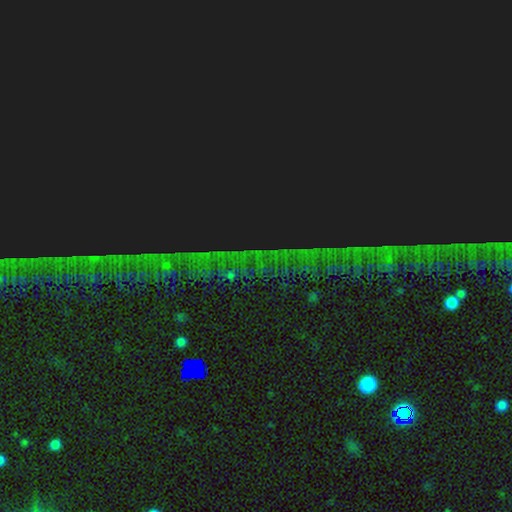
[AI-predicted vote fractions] Overall: star or artifact (86%).